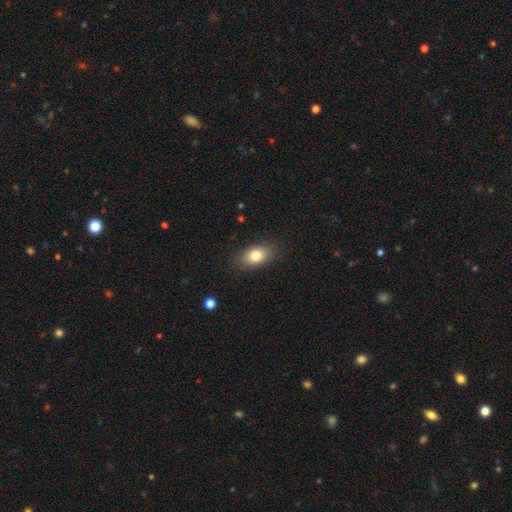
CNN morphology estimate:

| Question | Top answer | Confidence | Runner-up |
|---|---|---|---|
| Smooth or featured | smooth | 80% | featured or disk (12%) |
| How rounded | in between | 86% | round (12%) |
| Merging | none | 85% | minor disturbance (11%) |